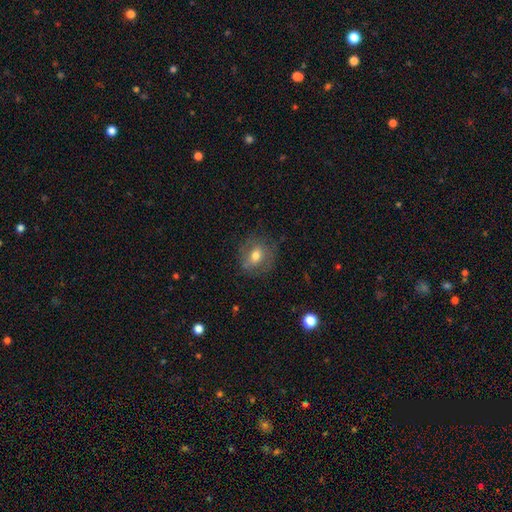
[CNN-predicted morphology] A smooth galaxy with no disk features (60%) that is round (65%).

Vote fractions:
- Smooth or featured? smooth: 60% / featured or disk: 31% / star or artifact: 9%
- How rounded? round: 65% / in between: 34% / cigar-shaped: 1%
- Merging? none: 72% / minor disturbance: 18% / major disturbance: 8% / merger: 1%